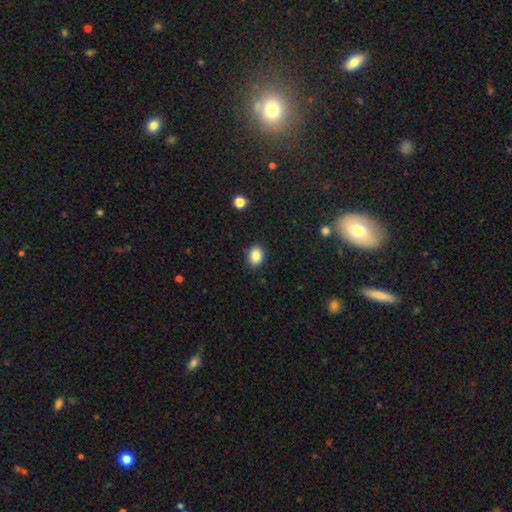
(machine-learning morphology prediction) Overall: smooth (87%). How rounded: in between (62%; round 37%). Merging: none (88%).